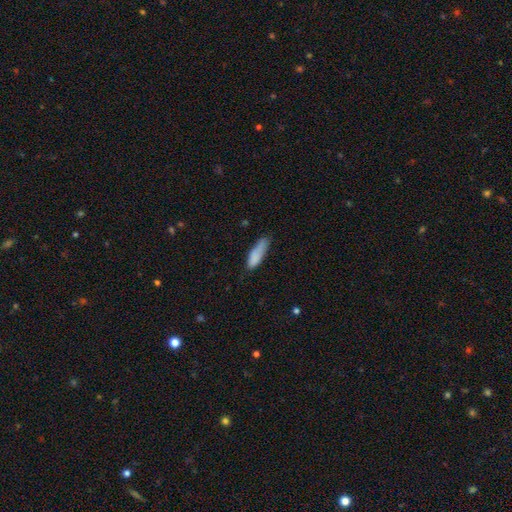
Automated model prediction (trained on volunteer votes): Morphology: type=smooth (84%); roundness=cigar-shaped (54%); merging=none (58%).